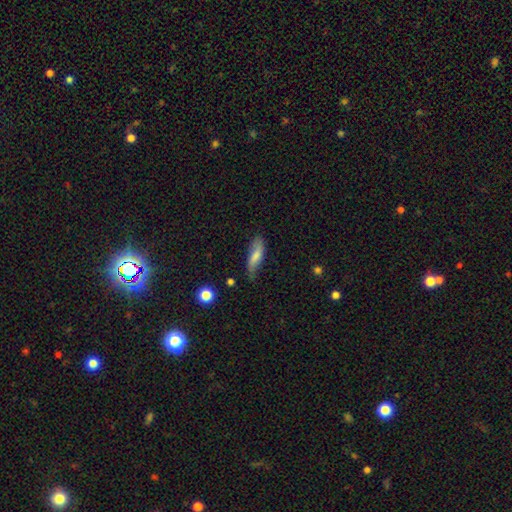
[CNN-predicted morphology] A smooth galaxy with no disk features (71%) that is in between round and cigar-shaped (53%).

Vote fractions:
- Smooth or featured? smooth: 71% / featured or disk: 22% / star or artifact: 7%
- How rounded? in between: 53% / cigar-shaped: 44% / round: 2%
- Merging? none: 60% / minor disturbance: 30% / major disturbance: 7% / merger: 2%